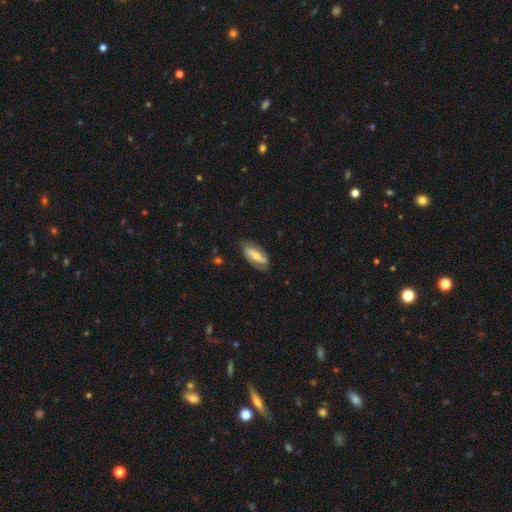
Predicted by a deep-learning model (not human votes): smooth_or_featured: featured or disk (p=0.61) [alt: smooth p=0.33]
disk_edge_on: no (p=0.87) [alt: yes p=0.13]
bar: strong (p=0.47) [alt: weak p=0.29]
has_spiral_arms: yes (p=0.79) [alt: no p=0.21]
bulge_size: moderate (p=0.50) [alt: small p=0.41]
merging: none (p=0.72) [alt: minor disturbance p=0.19]